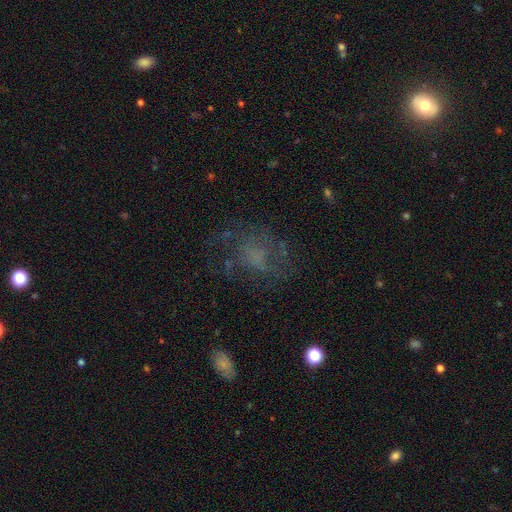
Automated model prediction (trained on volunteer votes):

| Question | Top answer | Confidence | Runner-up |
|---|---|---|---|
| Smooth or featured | featured or disk | 47% | smooth (34%) |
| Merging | none | 57% | major disturbance (22%) |